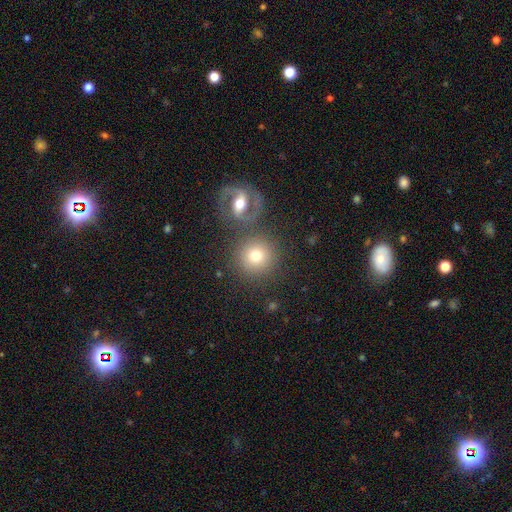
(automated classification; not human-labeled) A smooth galaxy with no disk features (68%) that is round (91%). Merging: none (70%).